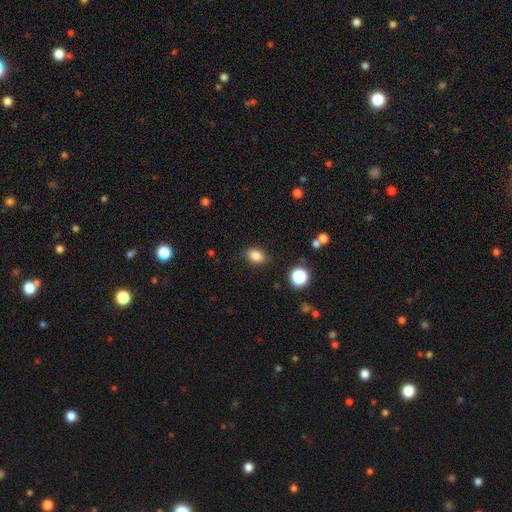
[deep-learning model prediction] This appears to be a smooth galaxy with no disk features (84%) that is in between round and cigar-shaped (73%). Merging: none (83%).